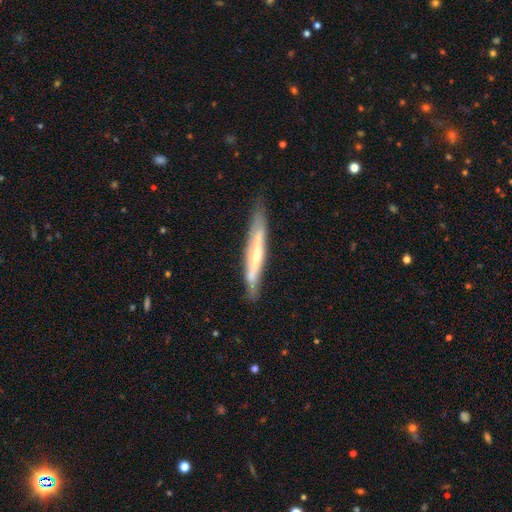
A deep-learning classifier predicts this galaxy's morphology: Q: Smooth or featured?
A: featured or disk (62%); runner-up: smooth (33%)
Q: Edge-on disk?
A: yes (87%); runner-up: no (13%)
Q: Edge-on bulge?
A: rounded (49%); runner-up: none (40%)
Q: Merging?
A: none (79%); runner-up: minor disturbance (17%)